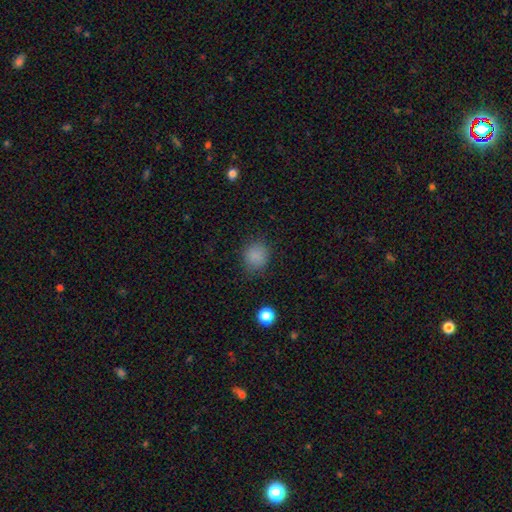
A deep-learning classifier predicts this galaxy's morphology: Smooth or featured?
  - smooth: 83% *
  - star or artifact: 13%
  - featured or disk: 4%
How rounded?
  - round: 79% *
  - in between: 20%
  - cigar-shaped: 1%
Merging?
  - none: 80% *
  - minor disturbance: 14%
  - major disturbance: 4%
  - merger: 1%